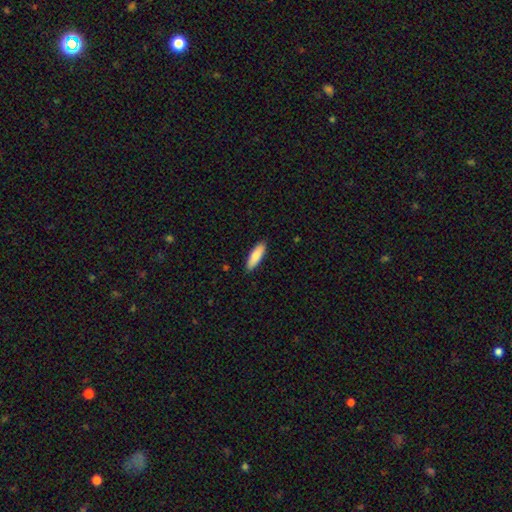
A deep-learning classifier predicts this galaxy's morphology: Smooth or featured: smooth — 84% (featured or disk — 10%)
How rounded: in between — 53% (cigar-shaped — 46%)
Merging: none — 89% (minor disturbance — 8%)